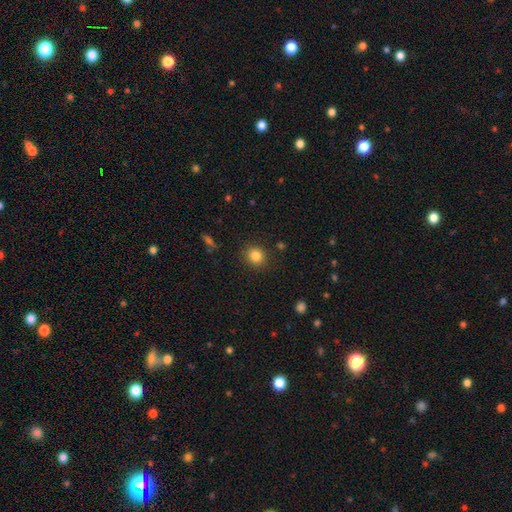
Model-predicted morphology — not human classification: A smooth galaxy with no disk features (84%) that is round (85%). Merging: none (89%).